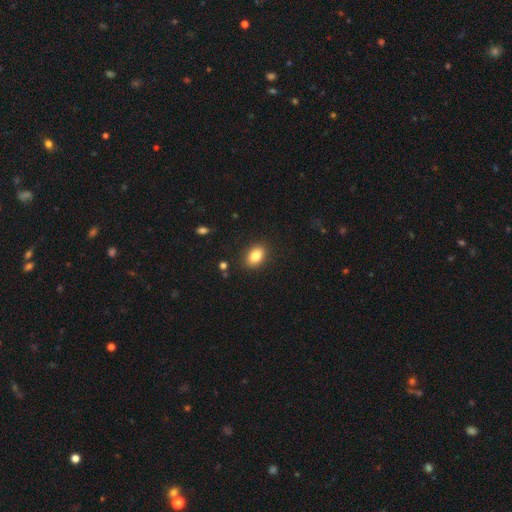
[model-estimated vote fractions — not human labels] A smooth galaxy with no disk features (84%) that is in between round and cigar-shaped (81%).

Vote fractions:
- Smooth or featured? smooth: 84% / star or artifact: 9% / featured or disk: 7%
- How rounded? in between: 81% / round: 17% / cigar-shaped: 1%
- Merging? none: 88% / minor disturbance: 8% / major disturbance: 2% / merger: 1%